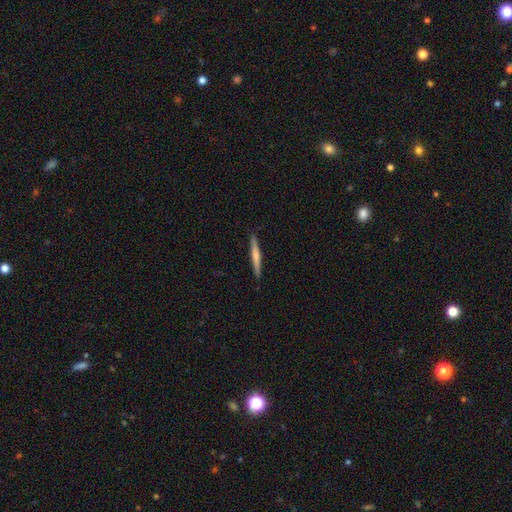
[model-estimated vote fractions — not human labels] Smooth or featured? smooth (55%)
How rounded? cigar-shaped (95%)
Merging? none (91%)